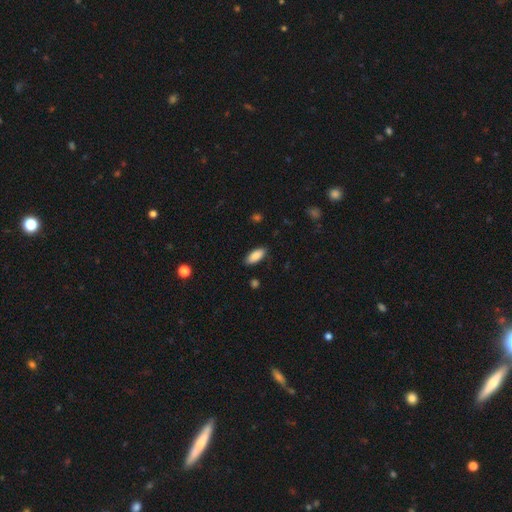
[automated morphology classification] Smooth or featured?
  - smooth: 88% *
  - star or artifact: 7%
  - featured or disk: 5%
How rounded?
  - in between: 86% *
  - cigar-shaped: 12%
  - round: 2%
Merging?
  - none: 86% *
  - minor disturbance: 10%
  - major disturbance: 2%
  - merger: 1%